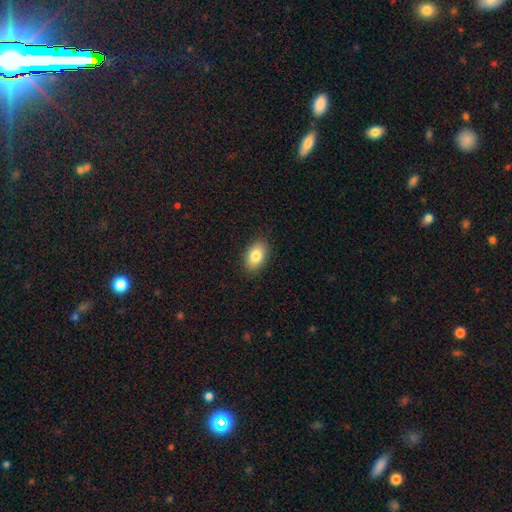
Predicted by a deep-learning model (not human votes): smooth_or_featured: smooth (p=0.83) [alt: featured or disk p=0.09]
how_rounded: in between (p=0.89) [alt: round p=0.10]
merging: none (p=0.88) [alt: minor disturbance p=0.09]